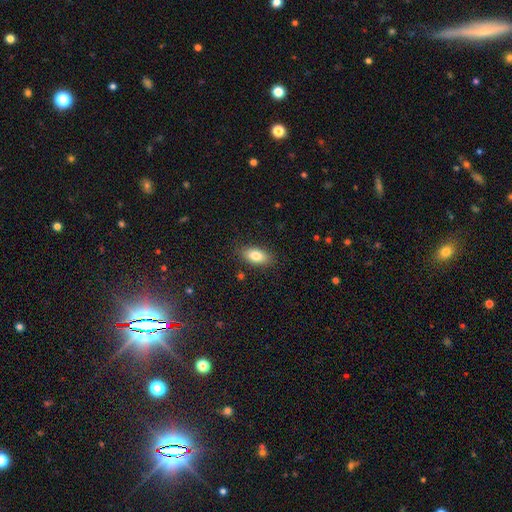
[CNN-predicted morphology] smooth_or_featured: smooth (p=0.83) [alt: featured or disk p=0.10]
how_rounded: in between (p=0.90) [alt: cigar-shaped p=0.06]
merging: none (p=0.86) [alt: minor disturbance p=0.11]